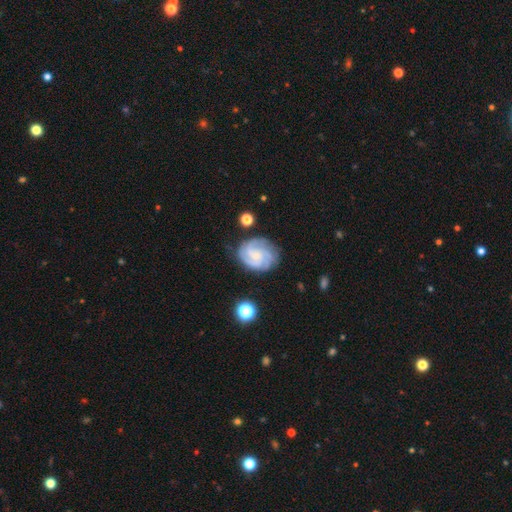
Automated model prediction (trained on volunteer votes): Smooth or featured?
  - featured or disk: 84% *
  - smooth: 10%
  - star or artifact: 6%
Edge-on disk?
  - no: 98% *
  - yes: 2%
Bar?
  - no: 68% *
  - weak: 27%
  - strong: 5%
Spiral arms?
  - yes: 98% *
  - no: 2%
Spiral winding?
  - tight: 62% *
  - medium: 33%
  - loose: 5%
Spiral arm count?
  - 3: 45% *
  - 4: 24%
  - can't tell: 13%
  - 2: 9%
  - more than 4: 5%
  - 1: 4%
Bulge size?
  - small: 67% *
  - moderate: 19%
  - none: 11%
  - large: 2%
  - dominant: 1%
Merging?
  - none: 76% *
  - minor disturbance: 16%
  - major disturbance: 6%
  - merger: 2%